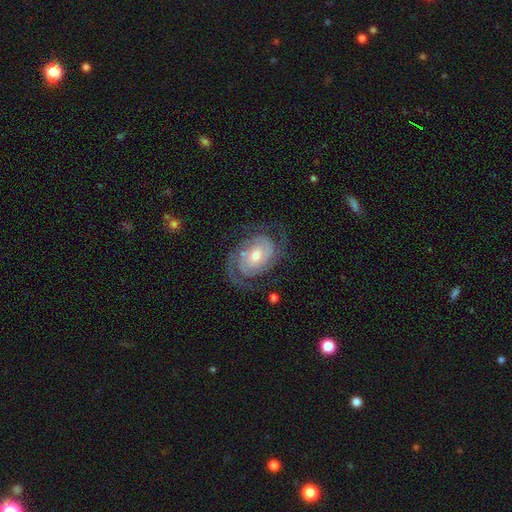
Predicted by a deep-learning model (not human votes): Morphology: type=featured or disk (88%); edge-on=no (97%); bar=no (65%); spiral arms=yes (97%); winding=tight (62%); arm count=2 (73%); bulge=moderate (50%); merging=none (74%).